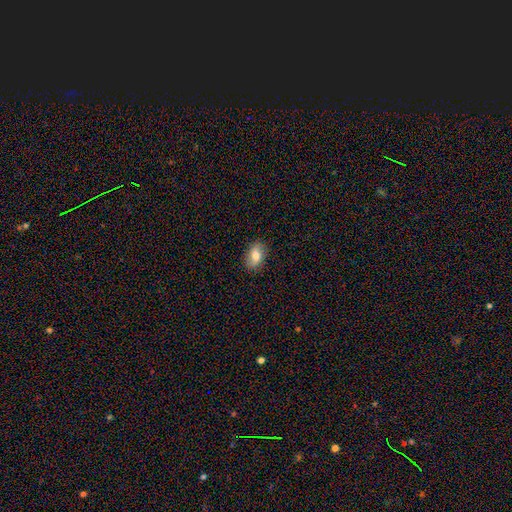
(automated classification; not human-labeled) This is likely a smooth galaxy (68%). How rounded: clearly in between (87%). Merging: clearly none (86%).